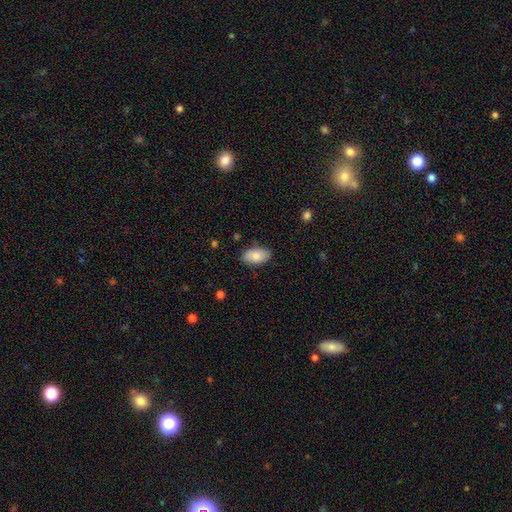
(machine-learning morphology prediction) A smooth galaxy with no disk features (82%) that is in between round and cigar-shaped (94%). Merging: none (84%).